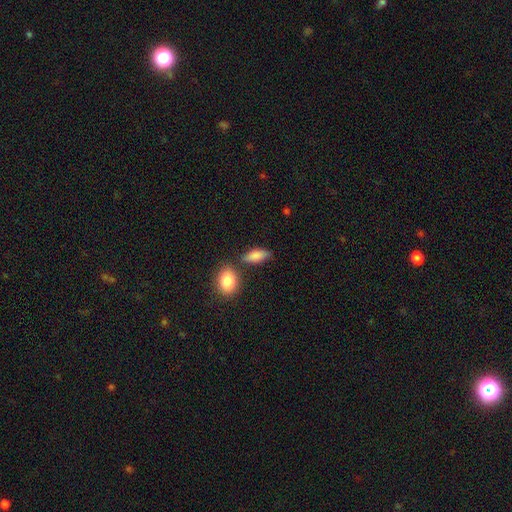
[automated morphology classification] Smooth or featured? Predicted: smooth (p=0.84). How rounded? Predicted: in between (p=0.79). Merging? Predicted: none (p=0.69).